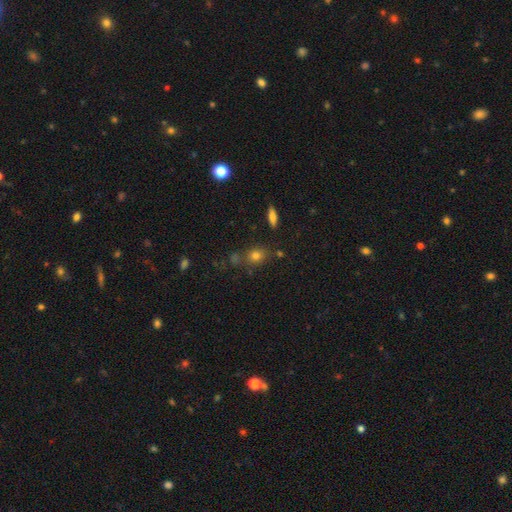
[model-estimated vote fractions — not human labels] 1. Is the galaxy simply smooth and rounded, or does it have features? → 75% smooth, 14% star or artifact, 11% featured or disk.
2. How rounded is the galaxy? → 57% round, 41% in between, 2% cigar-shaped.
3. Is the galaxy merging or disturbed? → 73% none, 13% minor disturbance, 10% merger, 4% major disturbance.